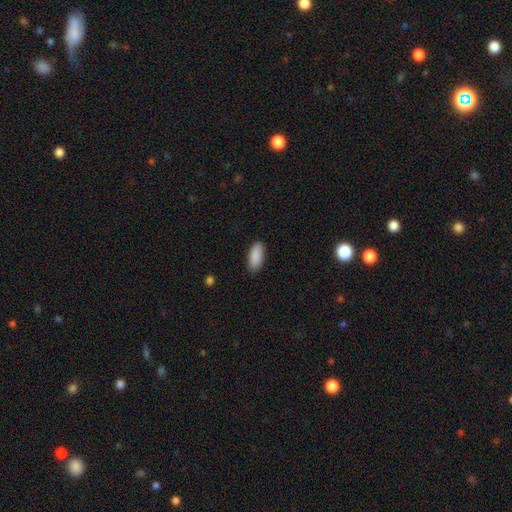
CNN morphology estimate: Smooth or featured? smooth (90%)
How rounded? in between (87%)
Merging? none (87%)